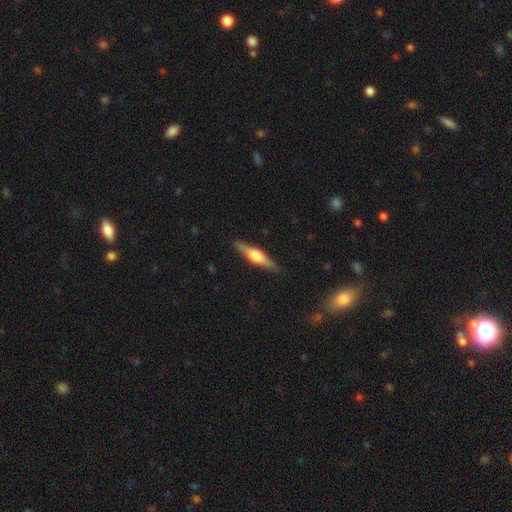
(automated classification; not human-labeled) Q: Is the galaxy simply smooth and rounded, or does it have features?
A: featured or disk — 64%.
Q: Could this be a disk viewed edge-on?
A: yes — 97%.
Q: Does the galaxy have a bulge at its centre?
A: rounded — 90%.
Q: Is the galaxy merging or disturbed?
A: none — 89%.